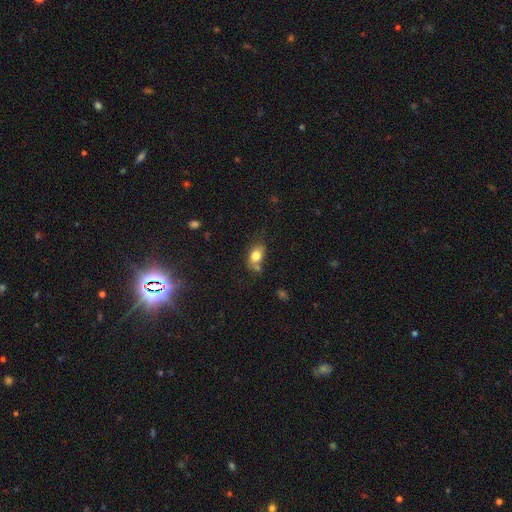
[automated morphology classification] smooth 78%, featured or disk 13%, star or artifact 9%. Down the decision tree: how rounded — in between (80%); merging — none (51%).